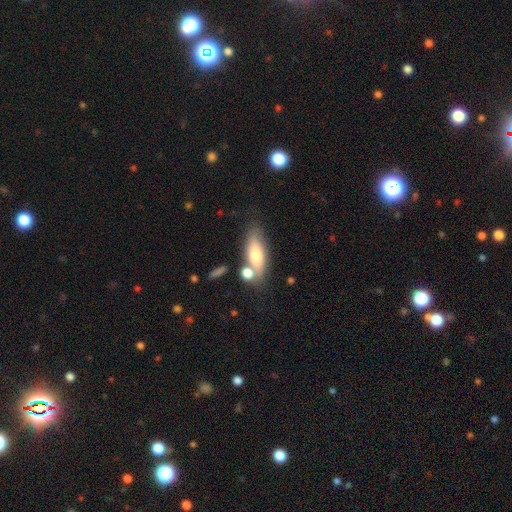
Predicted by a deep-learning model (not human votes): The model was most divided on "merging": none: 53%, merger: 23%, minor disturbance: 17%, major disturbance: 7%. More confident: smooth or featured — smooth (72%); how rounded — in between (70%).